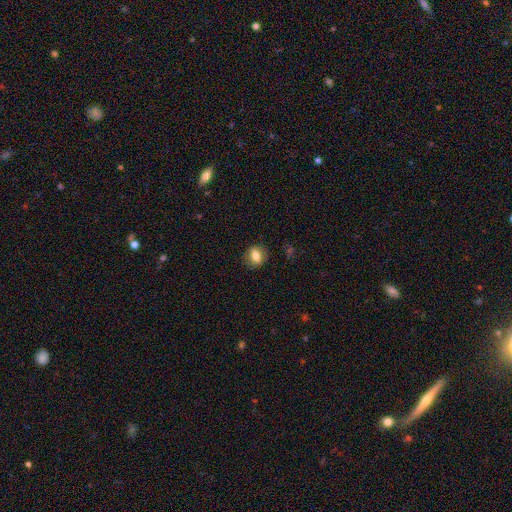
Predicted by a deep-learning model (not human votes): A smooth galaxy with no disk features (74%) that is in between round and cigar-shaped (55%).

Vote fractions:
- Smooth or featured? smooth: 74% / featured or disk: 17% / star or artifact: 9%
- How rounded? in between: 55% / round: 43% / cigar-shaped: 2%
- Merging? none: 84% / minor disturbance: 12% / major disturbance: 4% / merger: 1%